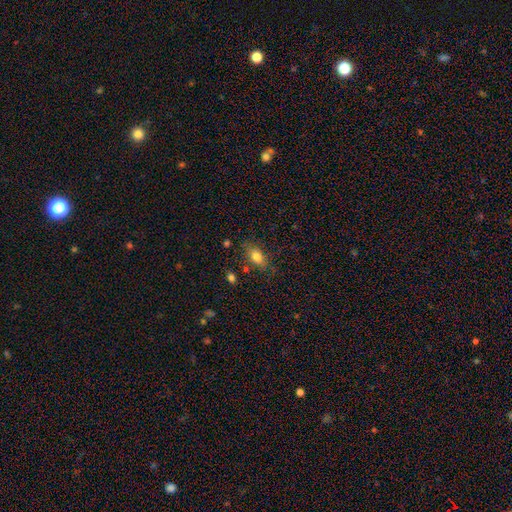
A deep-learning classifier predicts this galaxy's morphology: Q: Smooth or featured?
A: smooth (76%); runner-up: featured or disk (14%)
Q: How rounded?
A: in between (81%); runner-up: round (10%)
Q: Merging?
A: none (77%); runner-up: minor disturbance (16%)